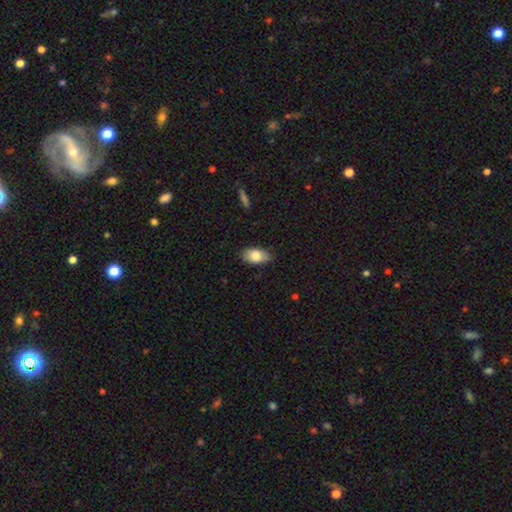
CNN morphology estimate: Smooth or featured: smooth — 83% (featured or disk — 11%)
How rounded: in between — 94% (round — 4%)
Merging: none — 81% (minor disturbance — 16%)